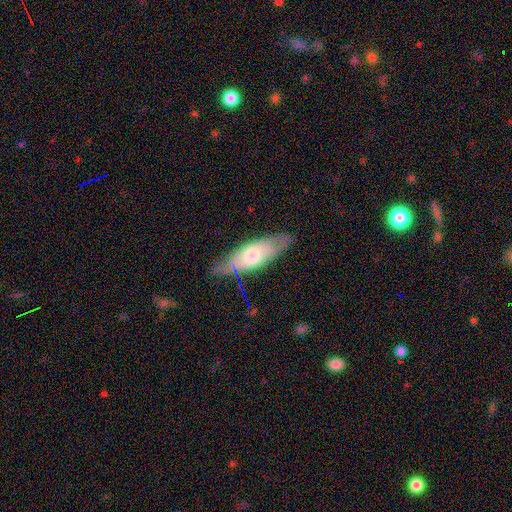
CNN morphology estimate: Smooth or featured?
  - featured or disk: 48% *
  - smooth: 45%
  - star or artifact: 7%
Merging?
  - none: 70% *
  - minor disturbance: 22%
  - major disturbance: 5%
  - merger: 2%